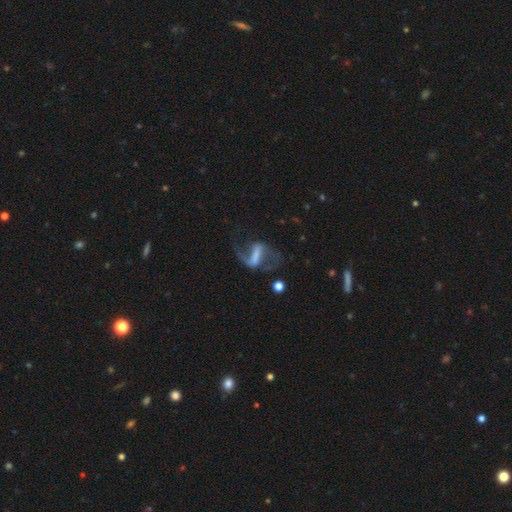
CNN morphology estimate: Smooth or featured? Predicted: featured or disk (p=0.82). Edge-on disk? Predicted: no (p=0.96). Bar? Predicted: strong (p=0.65). Spiral arms? Predicted: yes (p=0.90). Spiral winding? Predicted: loose (p=0.67). Spiral arm count? Predicted: 2 (p=0.83). Bulge size? Predicted: none (p=0.50). Merging? Predicted: none (p=0.54).